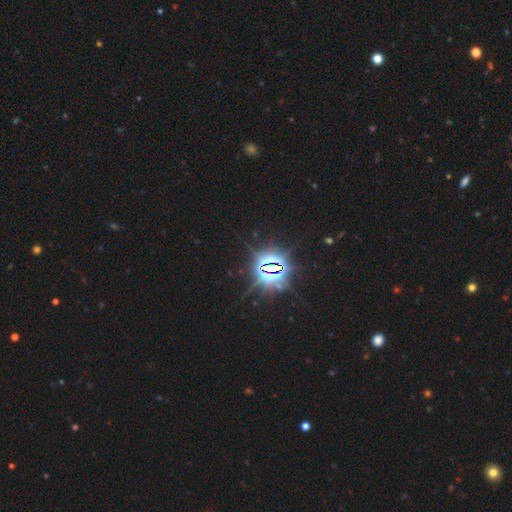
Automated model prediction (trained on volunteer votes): smooth-or-featured: star or artifact: 85% | smooth: 9% | featured or disk: 6%